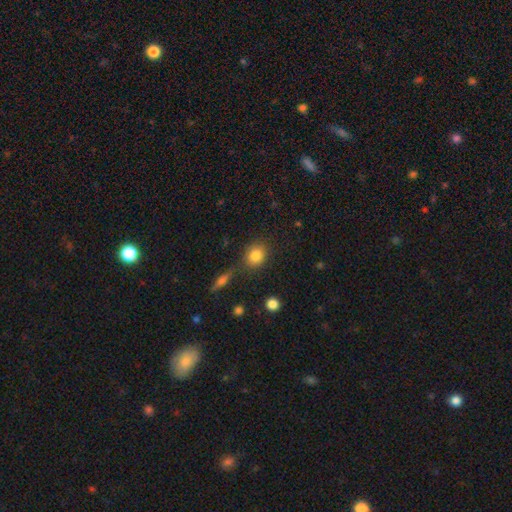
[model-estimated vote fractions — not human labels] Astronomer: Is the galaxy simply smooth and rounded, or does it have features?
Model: smooth — 83%.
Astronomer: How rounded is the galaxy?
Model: round — 67%.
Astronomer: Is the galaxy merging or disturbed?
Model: none — 74%.